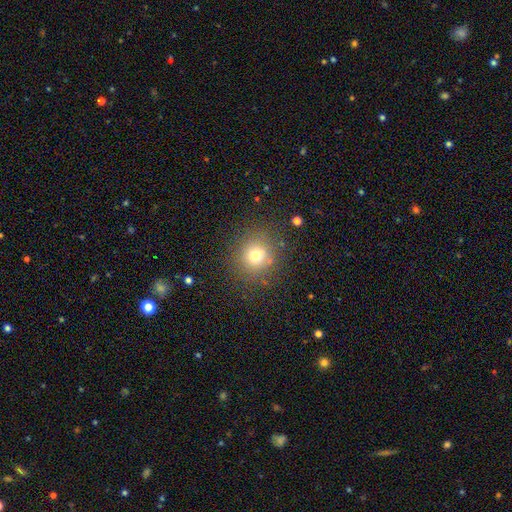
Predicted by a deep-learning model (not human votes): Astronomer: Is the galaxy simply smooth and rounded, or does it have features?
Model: smooth — 72%.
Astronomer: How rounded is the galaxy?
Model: round — 88%.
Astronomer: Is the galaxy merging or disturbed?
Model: none — 82%.